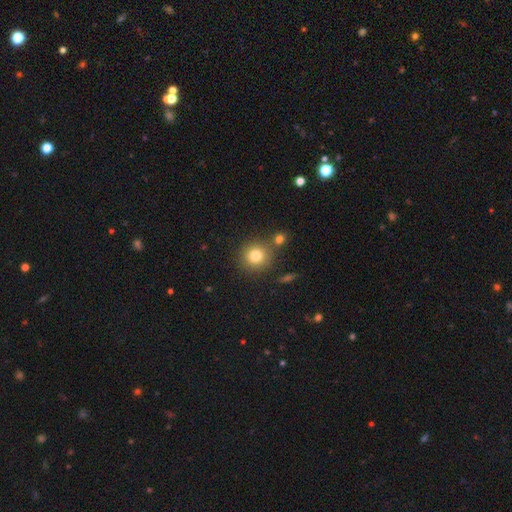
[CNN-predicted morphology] Overall: smooth (80%). How rounded: round (91%). Merging: none (77%).